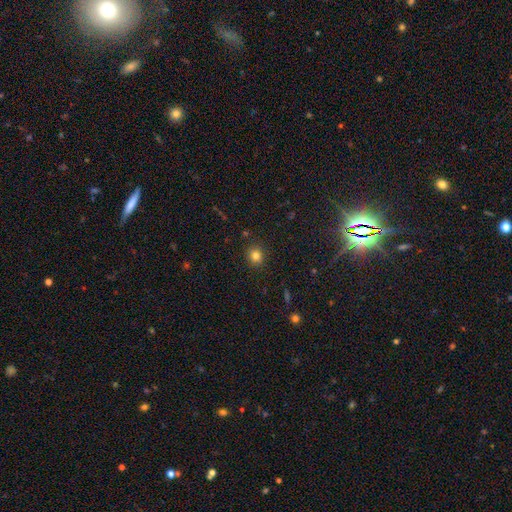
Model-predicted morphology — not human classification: Smooth or featured? Predicted: smooth (p=0.80). How rounded? Predicted: round (p=0.83). Merging? Predicted: none (p=0.89).